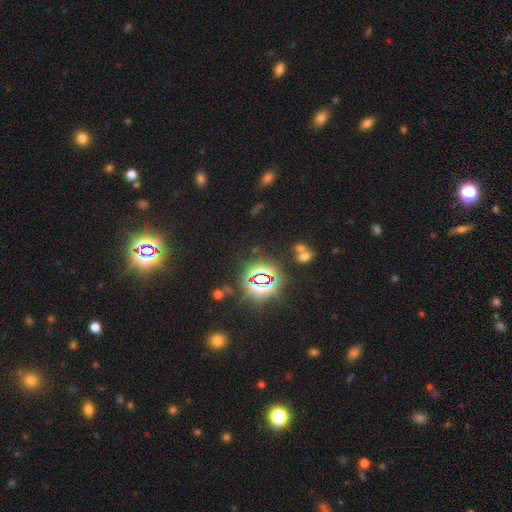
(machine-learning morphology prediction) A star or artifact, not a galaxy (66%).